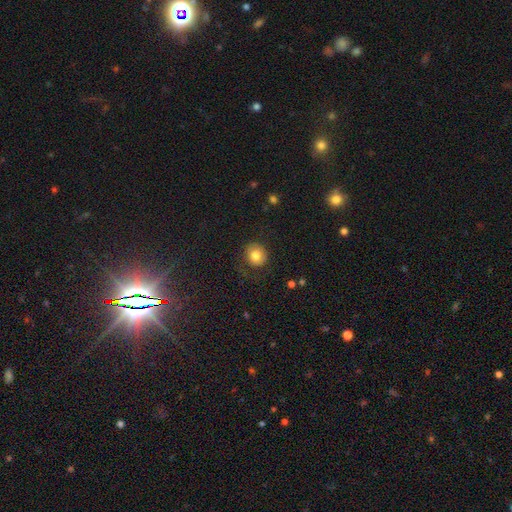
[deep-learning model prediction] A smooth galaxy with no disk features (78%) that is round (79%).

Vote fractions:
- Smooth or featured? smooth: 78% / featured or disk: 12% / star or artifact: 10%
- How rounded? round: 79% / in between: 20% / cigar-shaped: 1%
- Merging? none: 74% / minor disturbance: 15% / major disturbance: 10% / merger: 1%